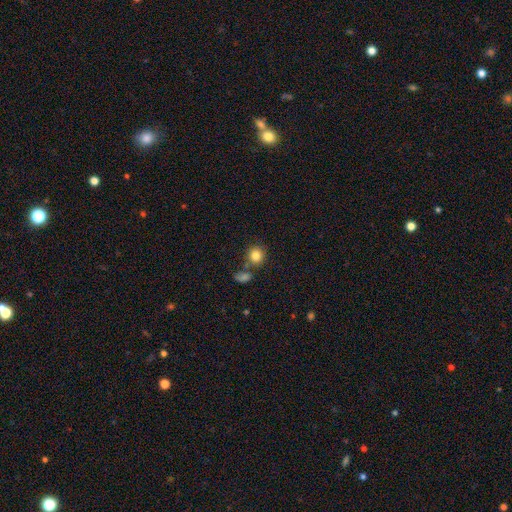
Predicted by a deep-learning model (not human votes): smooth-or-featured: smooth: 84% | star or artifact: 10% | featured or disk: 6%
  how-rounded: round: 86% | in between: 13% | cigar-shaped: 1%
  merging: none: 67% | merger: 18% | minor disturbance: 11% | major disturbance: 4%